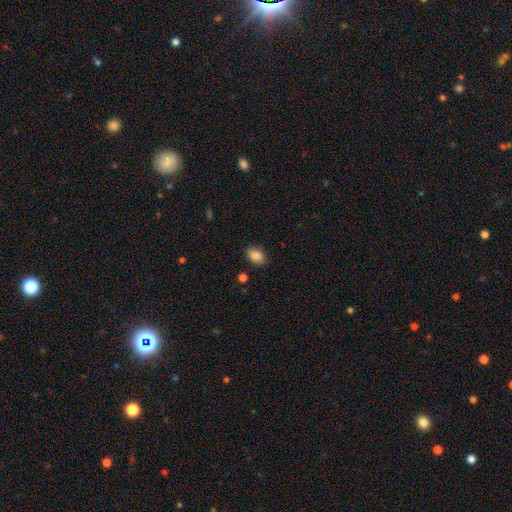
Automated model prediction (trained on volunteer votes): The model was most divided on "how rounded": in between: 77%, round: 21%, cigar-shaped: 1%. More confident: merging — none (87%); smooth or featured — smooth (85%).